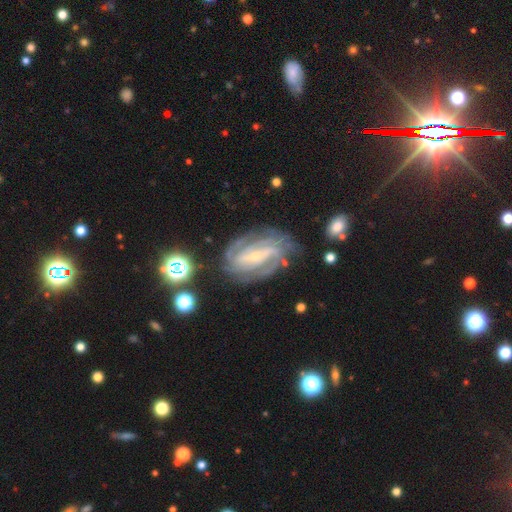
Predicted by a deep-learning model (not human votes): featured or disk 87%, star or artifact 6%, smooth 6%. Down the decision tree: edge-on disk — no (96%); bar — strong (47%); spiral arms — yes (96%); spiral arm count — 2 (34%); spiral winding — tight (60%); bulge size — small (76%); merging — none (73%).